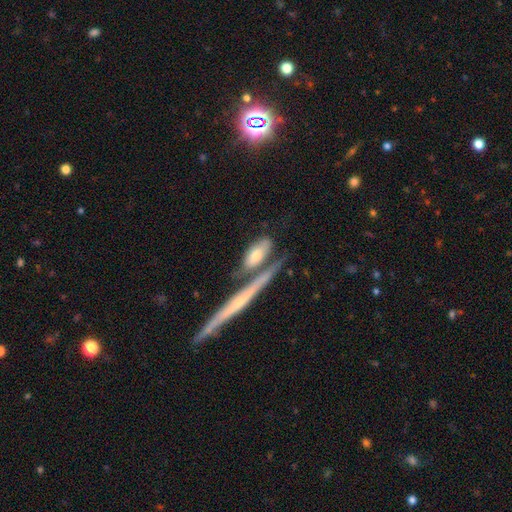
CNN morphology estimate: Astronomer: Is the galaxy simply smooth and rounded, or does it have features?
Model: smooth — 63%.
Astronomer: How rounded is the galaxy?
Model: in between — 57% (runner-up: cigar-shaped, 37%).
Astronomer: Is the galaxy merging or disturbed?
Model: none — 47% (runner-up: merger, 29%).